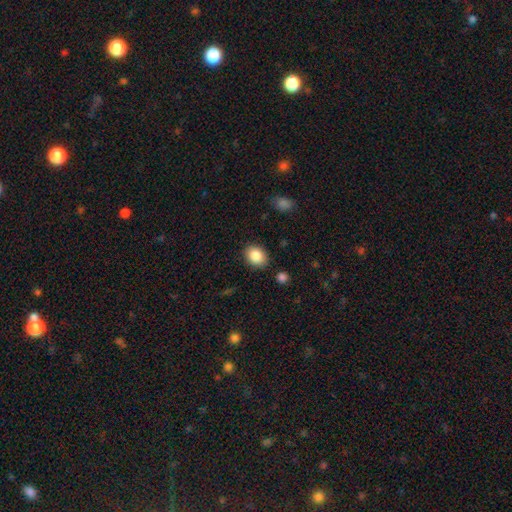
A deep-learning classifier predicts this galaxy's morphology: Q: Smooth or featured?
A: smooth (86%); runner-up: star or artifact (8%)
Q: How rounded?
A: in between (57%); runner-up: round (42%)
Q: Merging?
A: none (85%); runner-up: minor disturbance (10%)